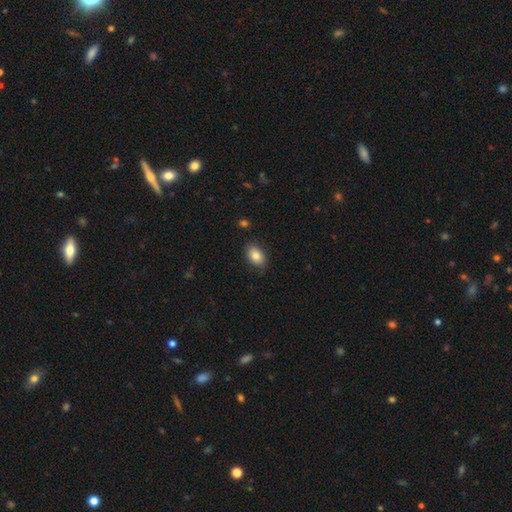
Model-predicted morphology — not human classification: The model was most divided on "merging": none: 82%, minor disturbance: 14%, major disturbance: 3%, merger: 1%. More confident: how rounded — in between (88%); smooth or featured — smooth (83%).